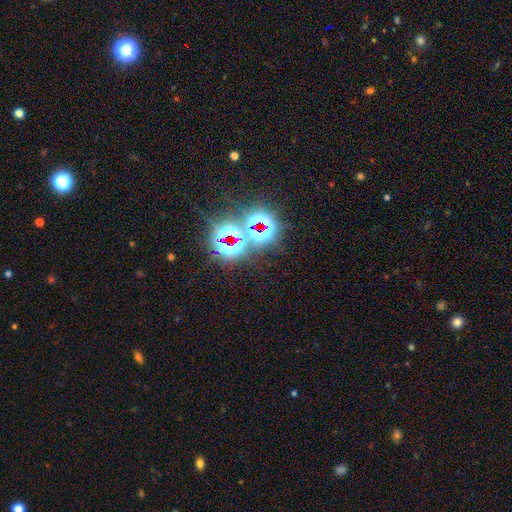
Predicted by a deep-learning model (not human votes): This is likely a star or artifact rather than a galaxy (79%).